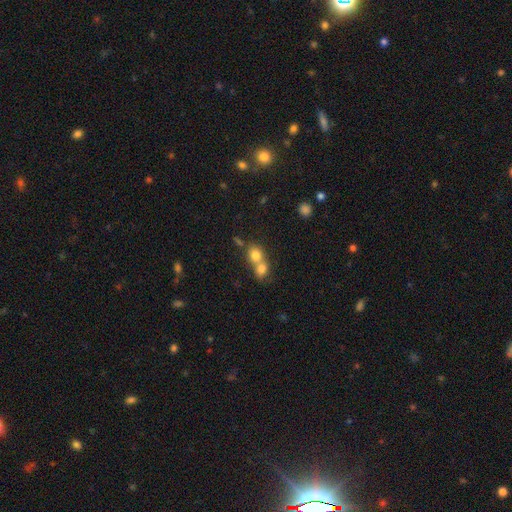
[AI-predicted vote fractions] A smooth galaxy with no disk features (78%) that is round (71%). Merging: merger (67%).